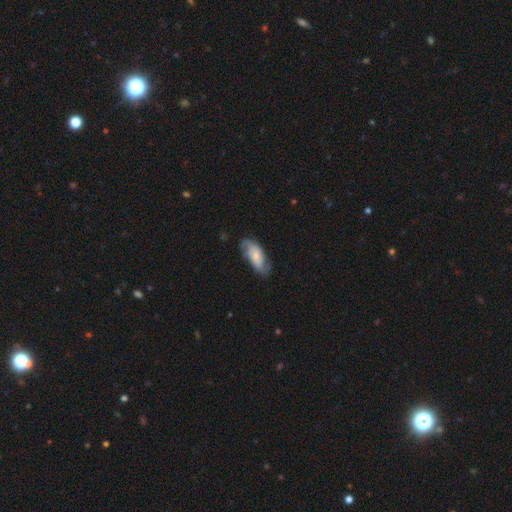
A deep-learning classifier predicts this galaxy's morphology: This is possibly a featured or disk galaxy (56%). It is clearly not viewed edge-on (92%). Bar: possibly no (57%). Spiral arm pattern: clearly yes (89%). Central bulge: possibly small (51%). Merging: likely none (67%).